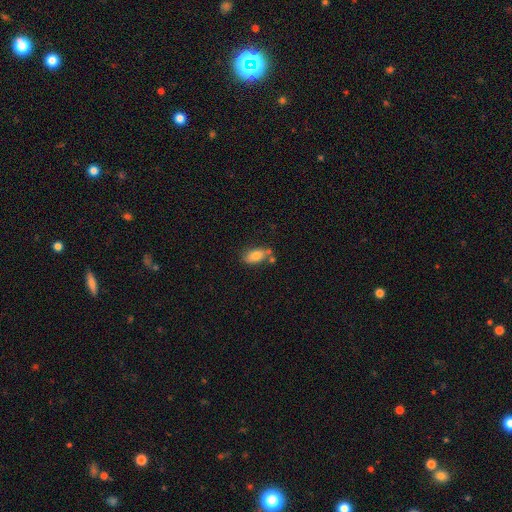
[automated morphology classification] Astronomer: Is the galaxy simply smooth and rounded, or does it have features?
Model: smooth — 78%.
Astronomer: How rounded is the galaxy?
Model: in between — 89%.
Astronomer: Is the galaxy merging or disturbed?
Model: none — 58%.